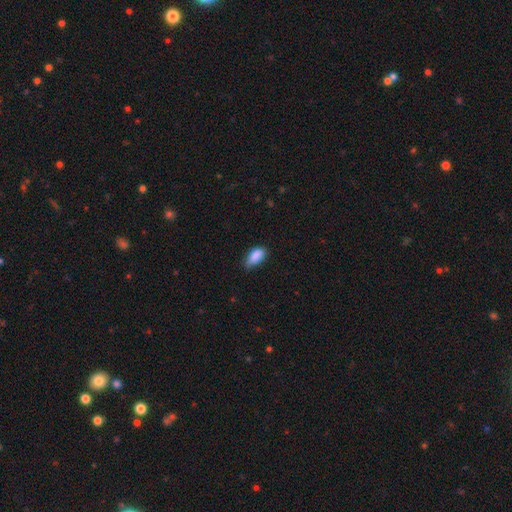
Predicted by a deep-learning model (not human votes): Smooth or featured?
  - smooth: 87% *
  - star or artifact: 8%
  - featured or disk: 5%
How rounded?
  - in between: 90% *
  - cigar-shaped: 5%
  - round: 4%
Merging?
  - none: 55% *
  - minor disturbance: 38%
  - major disturbance: 6%
  - merger: 2%